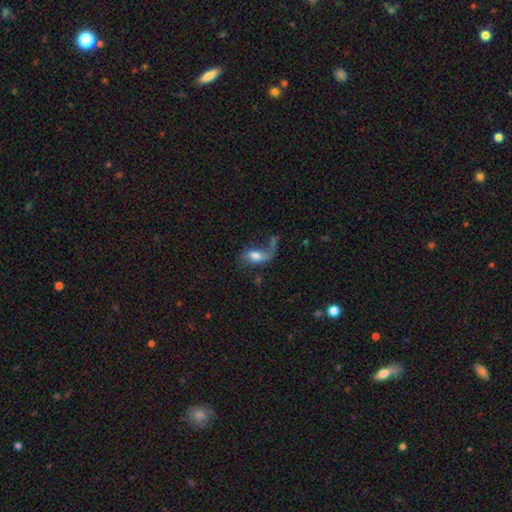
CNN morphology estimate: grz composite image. It shows a smooth galaxy with no disk features (52%) that is in between round and cigar-shaped (85%). Merging: major disturbance (42%).